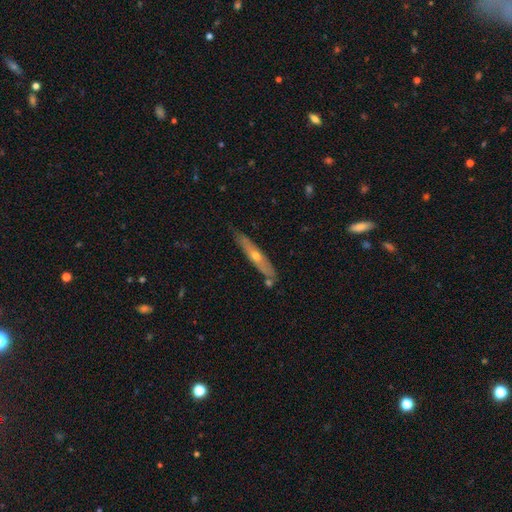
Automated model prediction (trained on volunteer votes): Smooth or featured? featured or disk (62%)
Edge-on disk? yes (83%)
Edge-on bulge? rounded (81%)
Merging? none (81%)